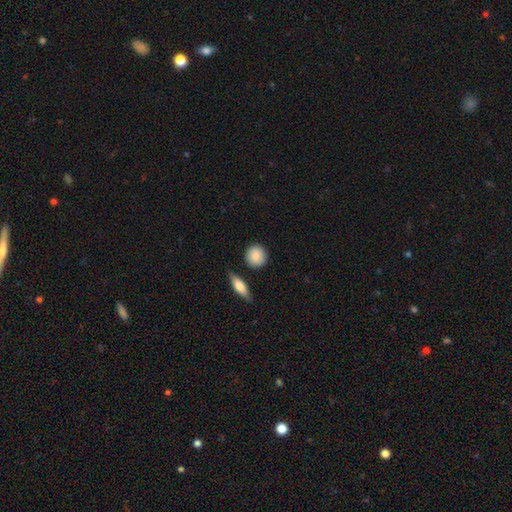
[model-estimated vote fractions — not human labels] smooth 87%, featured or disk 7%, star or artifact 6%. Down the decision tree: how rounded — round (87%); merging — none (85%).